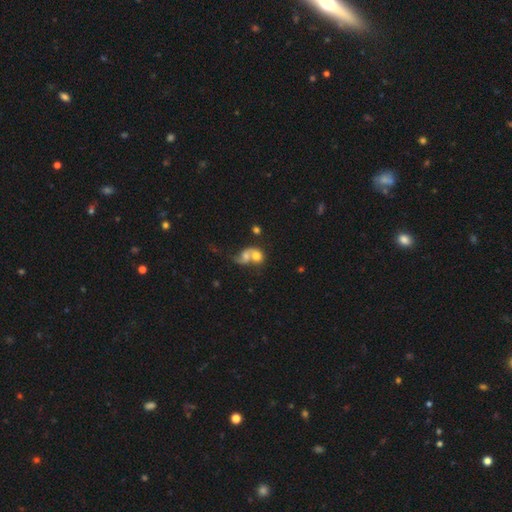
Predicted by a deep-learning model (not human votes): Smooth or featured? smooth (54%)
How rounded? round (55%)
Merging? merger (72%)